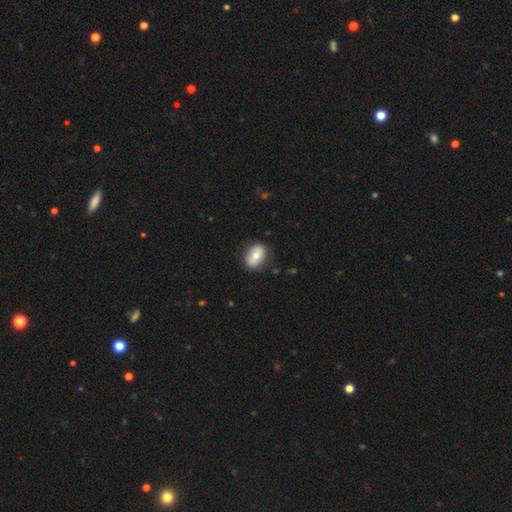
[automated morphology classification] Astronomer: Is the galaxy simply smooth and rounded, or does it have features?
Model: smooth — 64%.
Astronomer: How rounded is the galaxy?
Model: in between — 80%.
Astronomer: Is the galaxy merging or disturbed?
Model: none — 83%.